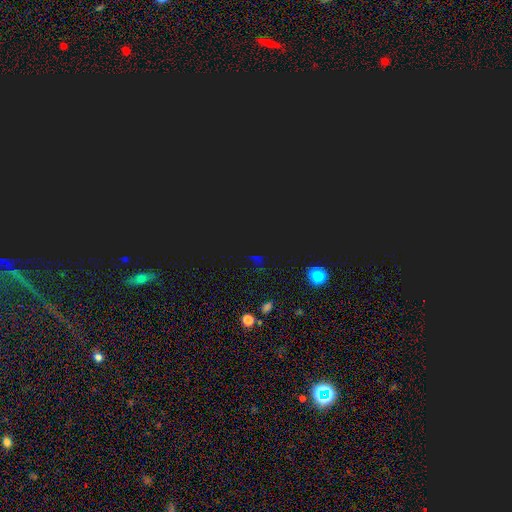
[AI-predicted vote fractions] This is likely a star or artifact rather than a galaxy (72%).